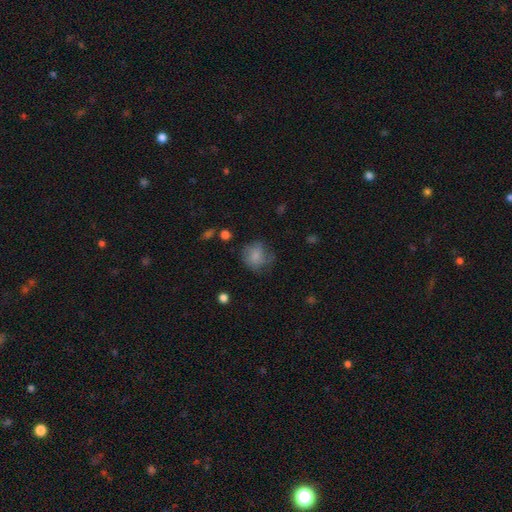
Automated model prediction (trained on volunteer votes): Smooth or featured? Predicted: smooth (p=0.70). How rounded? Predicted: round (p=0.75). Merging? Predicted: none (p=0.52).